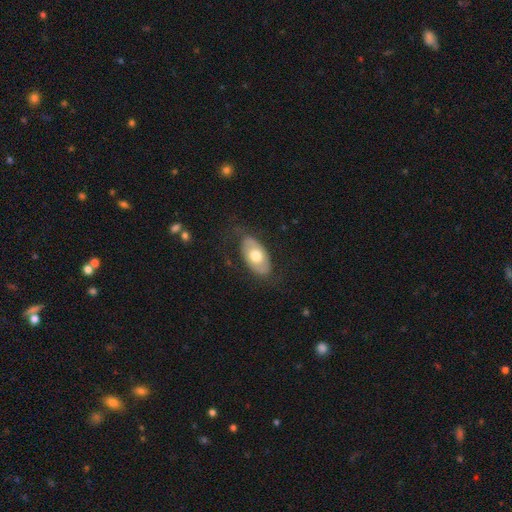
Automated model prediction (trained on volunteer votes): This is possibly a smooth galaxy (55%). How rounded: clearly in between (93%). Merging: likely none (75%).